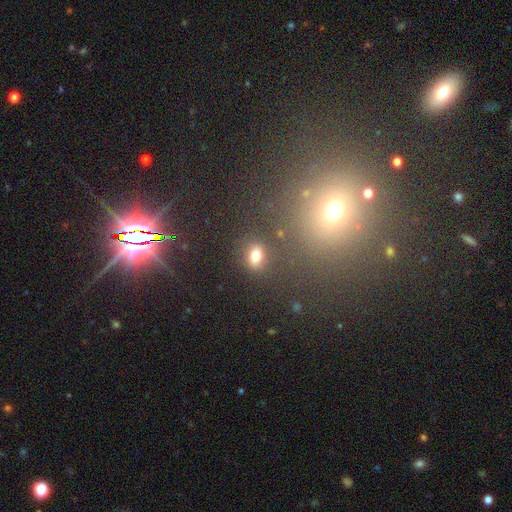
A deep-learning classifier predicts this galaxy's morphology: Smooth or featured? smooth (73%)
How rounded? in between (70%)
Merging? none (79%)